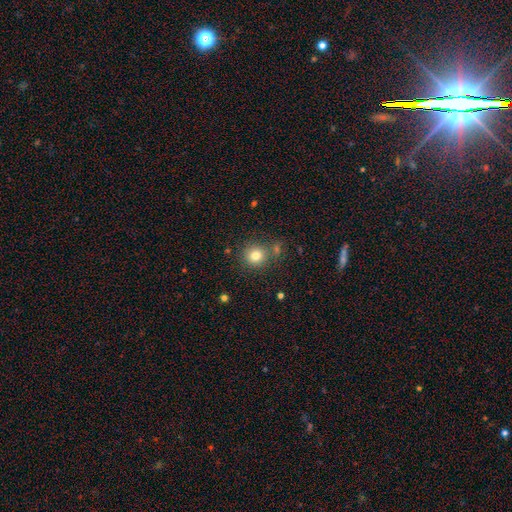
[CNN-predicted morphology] smooth-or-featured: smooth: 79% | star or artifact: 13% | featured or disk: 8%
  how-rounded: round: 90% | in between: 9% | cigar-shaped: 1%
  merging: none: 76% | merger: 12% | minor disturbance: 9% | major disturbance: 3%